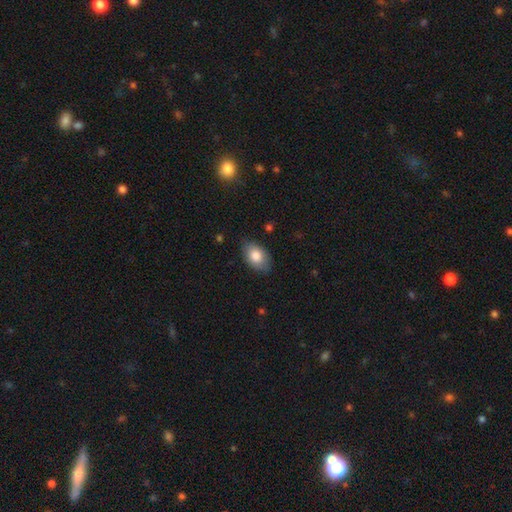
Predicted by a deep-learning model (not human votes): This appears to be a smooth galaxy with no disk features (81%) that is in between round and cigar-shaped (90%). Merging: none (82%).